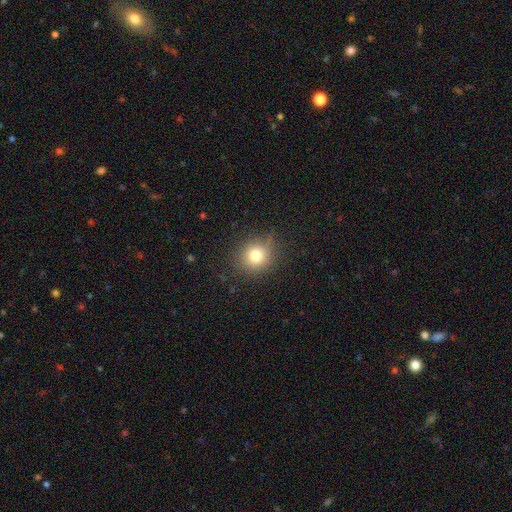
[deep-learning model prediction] smooth-or-featured: smooth: 77% | star or artifact: 13% | featured or disk: 10%
  how-rounded: round: 87% | in between: 12% | cigar-shaped: 1%
  merging: none: 80% | minor disturbance: 15% | major disturbance: 4% | merger: 1%